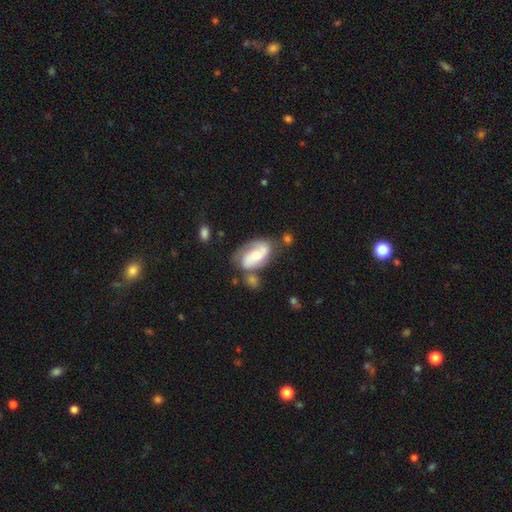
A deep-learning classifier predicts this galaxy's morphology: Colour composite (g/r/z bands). It shows a featured or disk galaxy (65%) with no bar (49%), 2 (79%) medium (43%) spiral arms (88%) and a moderate central bulge (49%). Merging: none (51%).